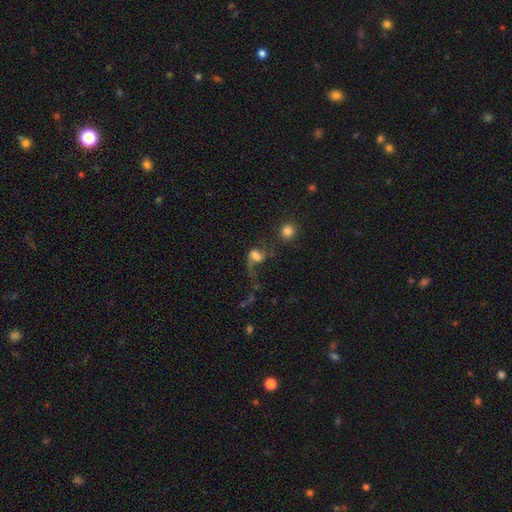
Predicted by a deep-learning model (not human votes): A featured or disk galaxy (48%).

Vote fractions:
- Smooth or featured? featured or disk: 48% / smooth: 38% / star or artifact: 13%
- Merging? major disturbance: 43% / none: 29% / minor disturbance: 15% / merger: 12%